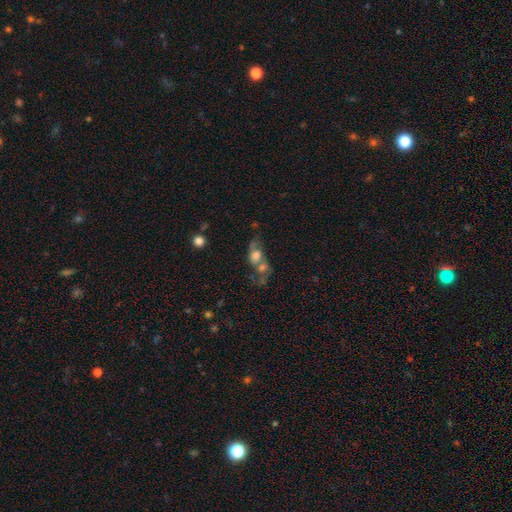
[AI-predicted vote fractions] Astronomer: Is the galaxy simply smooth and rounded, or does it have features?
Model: smooth — 55% (runner-up: featured or disk, 32%).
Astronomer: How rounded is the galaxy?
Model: in between — 57% (runner-up: round, 39%).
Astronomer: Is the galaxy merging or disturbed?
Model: merger — 64%.